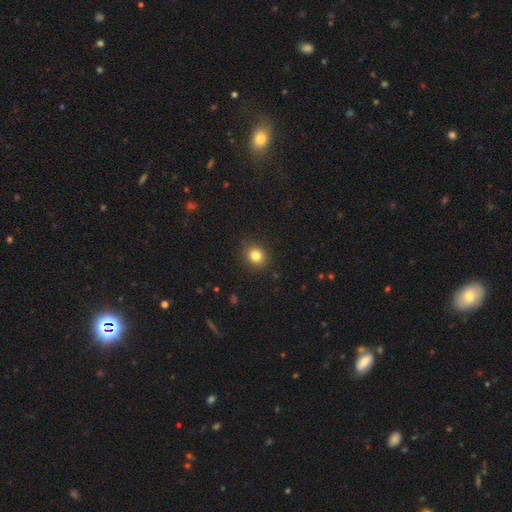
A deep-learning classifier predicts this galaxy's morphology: A smooth galaxy with no disk features (82%) that is round (77%). Merging: none (89%).